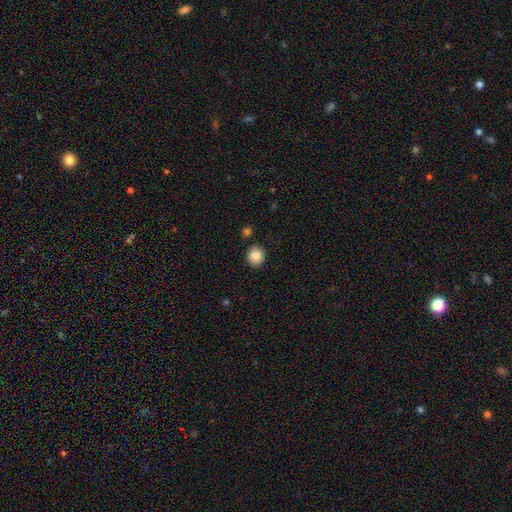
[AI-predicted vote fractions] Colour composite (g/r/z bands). It shows a smooth galaxy with no disk features (87%) that is round (79%). Merging: none (87%).